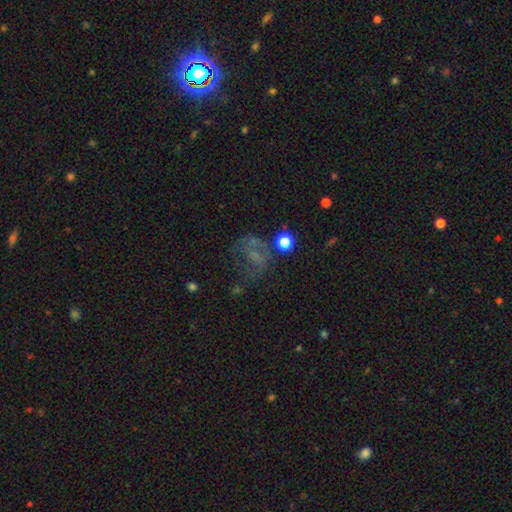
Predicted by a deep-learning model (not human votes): A featured or disk galaxy (37%).

Vote fractions:
- Smooth or featured? featured or disk: 37% / smooth: 32% / star or artifact: 31%
- Merging? none: 38% / major disturbance: 35% / minor disturbance: 19% / merger: 8%